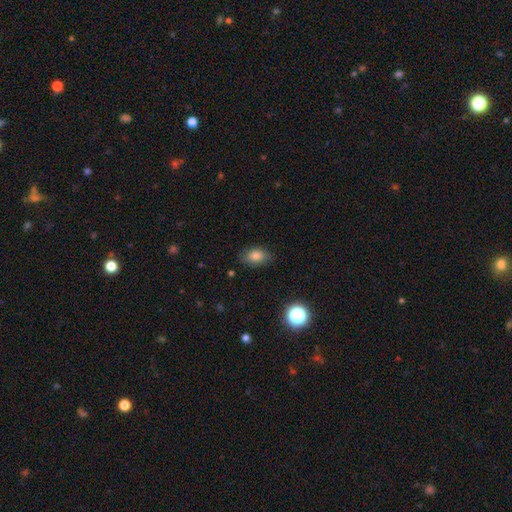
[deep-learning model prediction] Overall: smooth (82%). How rounded: in between (83%). Merging: none (80%).